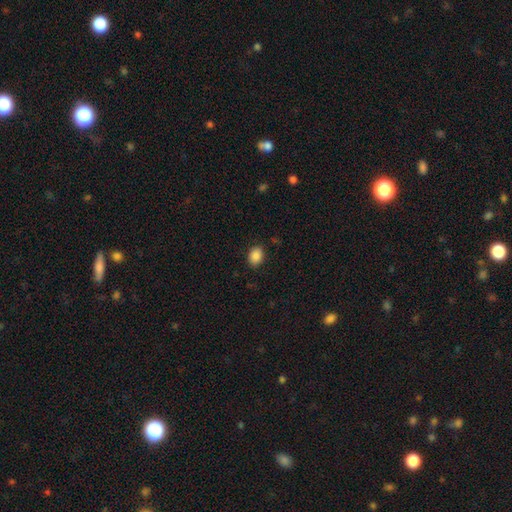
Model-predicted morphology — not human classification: smooth-or-featured: smooth: 88% | star or artifact: 8% | featured or disk: 4%
  how-rounded: in between: 69% | round: 30% | cigar-shaped: 1%
  merging: none: 87% | minor disturbance: 9% | major disturbance: 2% | merger: 1%